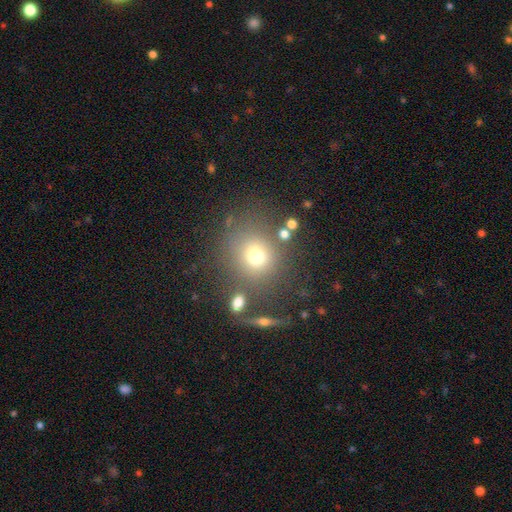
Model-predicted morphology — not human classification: smooth_or_featured: smooth (p=0.72) [alt: star or artifact p=0.17]
how_rounded: round (p=0.83) [alt: in between p=0.16]
merging: none (p=0.71) [alt: minor disturbance p=0.12]